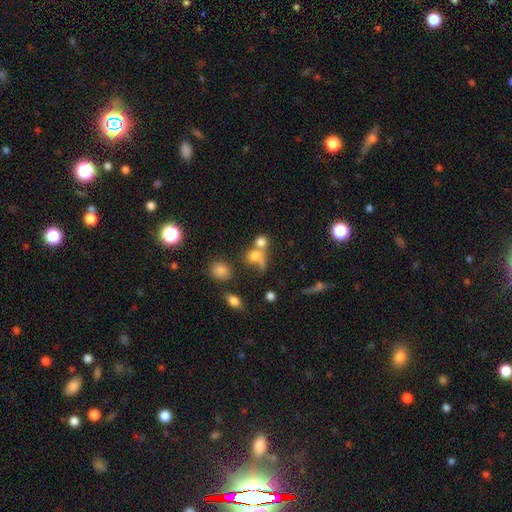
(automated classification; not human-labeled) Smooth or featured? smooth (69%)
How rounded? round (68%)
Merging? merger (52%)